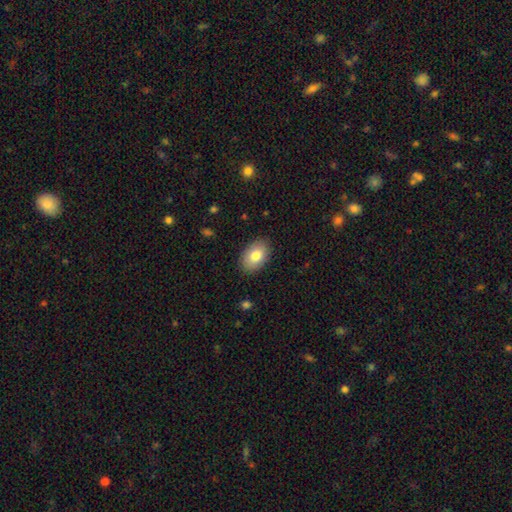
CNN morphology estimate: A smooth galaxy with no disk features (82%) that is in between round and cigar-shaped (90%). Merging: none (88%).